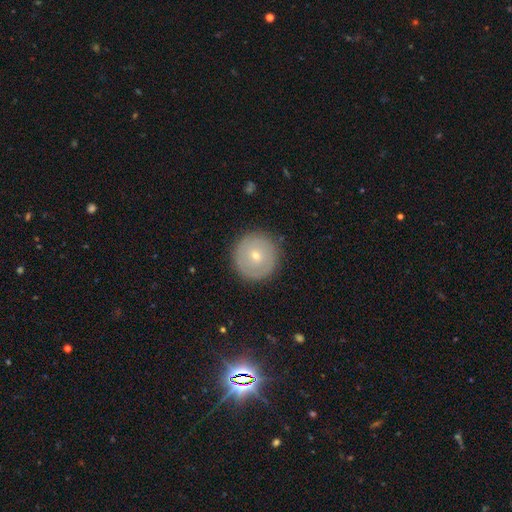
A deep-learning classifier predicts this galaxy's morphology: Smooth or featured: smooth — 53% (featured or disk — 38%)
How rounded: round — 96% (in between — 3%)
Merging: none — 89% (minor disturbance — 8%)